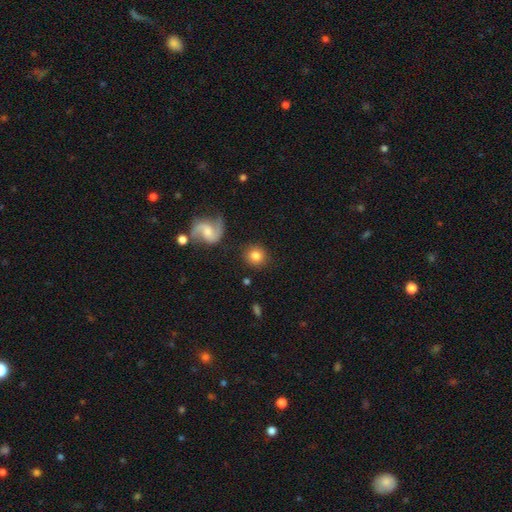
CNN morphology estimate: A smooth galaxy with no disk features (75%) that is round (90%). Merging: none (85%).